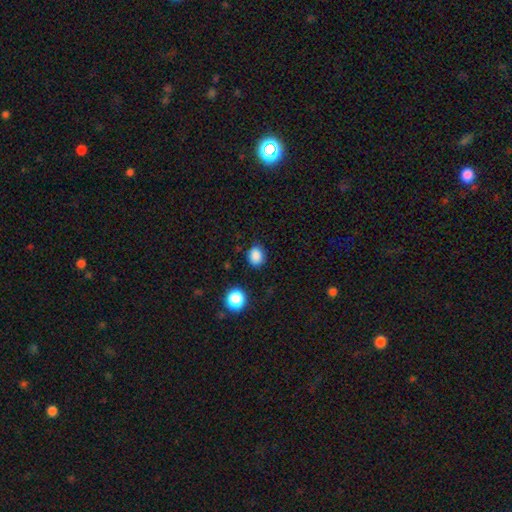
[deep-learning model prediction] smooth 86%, star or artifact 11%, featured or disk 3%. Down the decision tree: how rounded — round (56%); merging — none (83%).